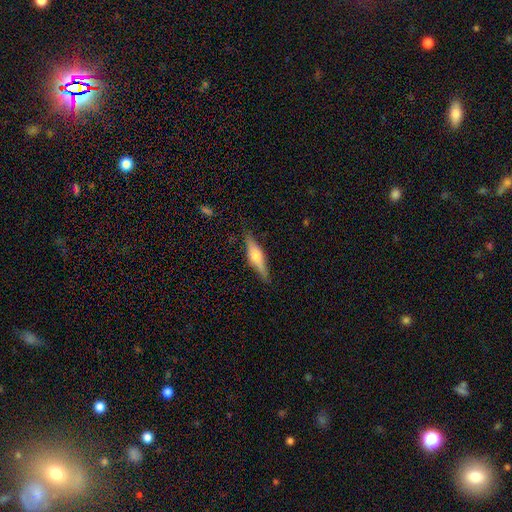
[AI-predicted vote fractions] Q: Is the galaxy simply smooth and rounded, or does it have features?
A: featured or disk — 62%.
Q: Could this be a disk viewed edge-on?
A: yes — 96%.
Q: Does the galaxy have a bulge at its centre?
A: rounded — 87%.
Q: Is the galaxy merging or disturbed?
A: none — 87%.